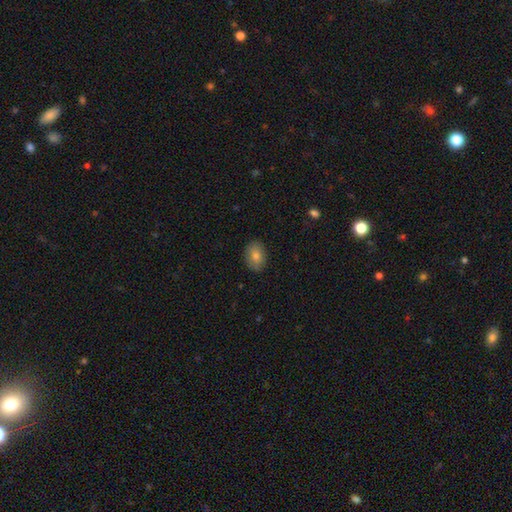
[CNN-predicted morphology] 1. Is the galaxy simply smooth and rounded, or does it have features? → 80% smooth, 12% featured or disk, 9% star or artifact.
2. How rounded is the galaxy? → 81% in between, 17% round, 1% cigar-shaped.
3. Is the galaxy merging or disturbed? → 88% none, 9% minor disturbance, 2% major disturbance, 1% merger.